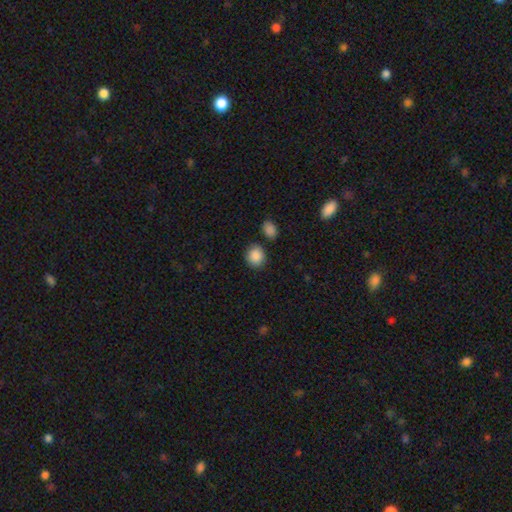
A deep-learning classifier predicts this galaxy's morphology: Smooth or featured: smooth — 89% (star or artifact — 8%)
How rounded: round — 72% (in between — 27%)
Merging: none — 81% (minor disturbance — 10%)